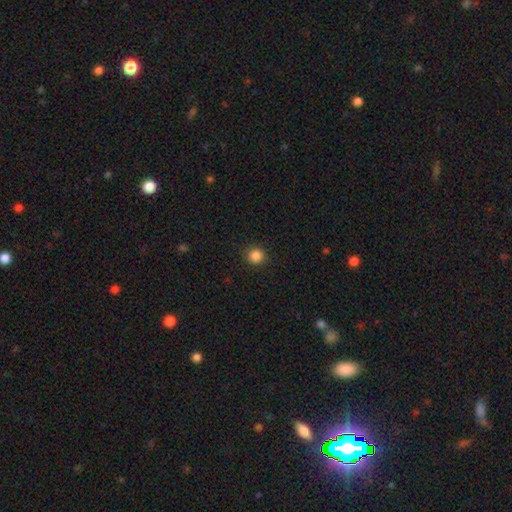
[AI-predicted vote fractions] smooth-or-featured: smooth: 86% | star or artifact: 11% | featured or disk: 3%
  how-rounded: round: 93% | in between: 6% | cigar-shaped: 1%
  merging: none: 91% | minor disturbance: 6% | major disturbance: 2% | merger: 1%